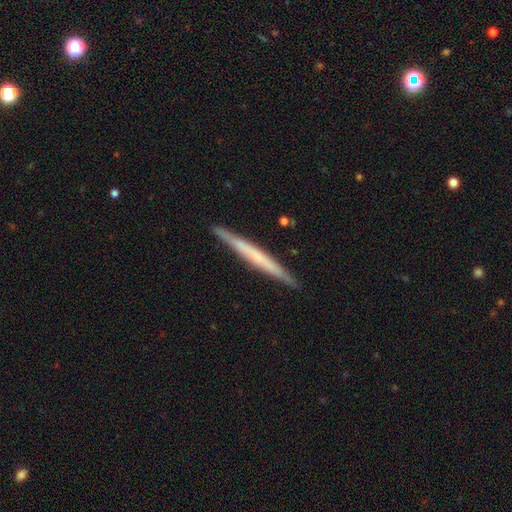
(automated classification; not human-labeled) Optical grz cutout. It shows a featured or disk galaxy (53%) viewed edge-on (97%) with no central bulge (79%). Merging: none (91%).